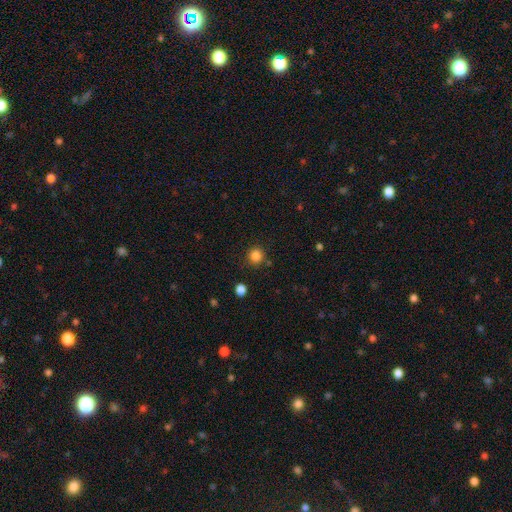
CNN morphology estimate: A smooth galaxy with no disk features (84%) that is round (92%).

Vote fractions:
- Smooth or featured? smooth: 84% / star or artifact: 12% / featured or disk: 4%
- How rounded? round: 92% / in between: 7% / cigar-shaped: 1%
- Merging? none: 86% / minor disturbance: 8% / merger: 3% / major disturbance: 3%